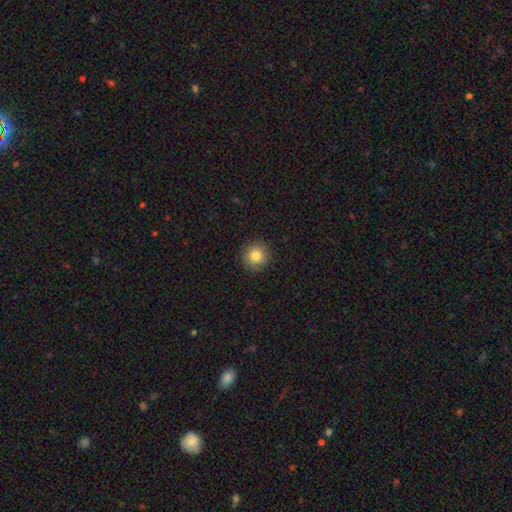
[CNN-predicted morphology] Overall: smooth (83%). How rounded: round (95%). Merging: none (91%).